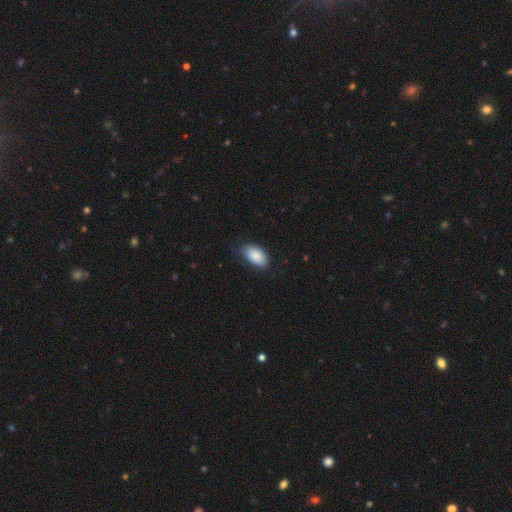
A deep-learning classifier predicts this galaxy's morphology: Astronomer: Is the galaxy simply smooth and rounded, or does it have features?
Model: smooth — 88%.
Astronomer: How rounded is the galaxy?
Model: in between — 94%.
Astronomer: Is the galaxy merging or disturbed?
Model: none — 74%.